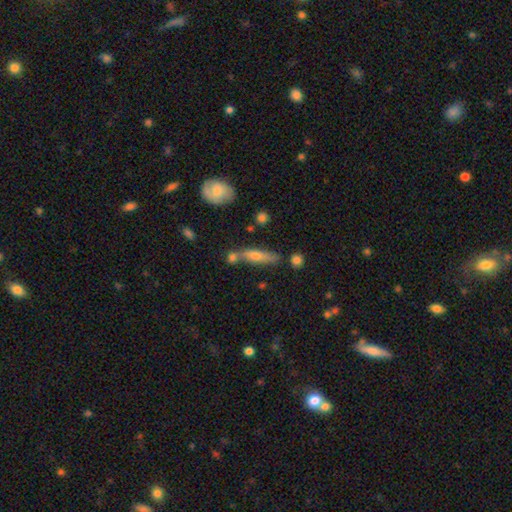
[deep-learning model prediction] smooth-or-featured: smooth: 49% | featured or disk: 43% | star or artifact: 8%
  merging: none: 64% | merger: 17% | minor disturbance: 15% | major disturbance: 4%